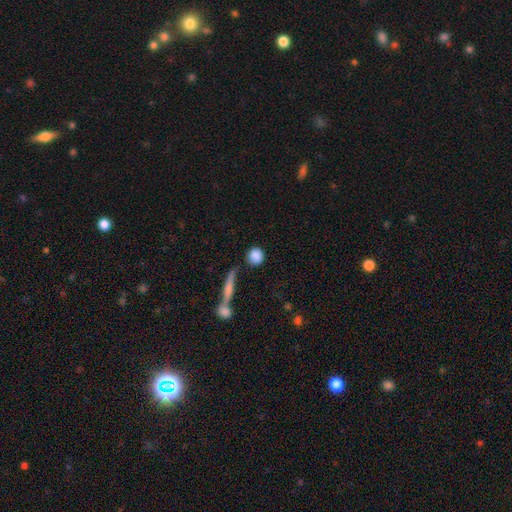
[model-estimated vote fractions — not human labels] Overall: smooth (85%). How rounded: round (86%). Merging: none (75%).